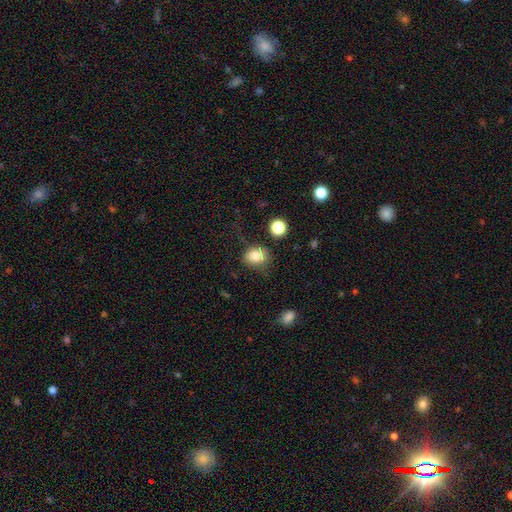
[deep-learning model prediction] smooth_or_featured: smooth (p=0.83) [alt: star or artifact p=0.11]
how_rounded: in between (p=0.50) [alt: round p=0.49]
merging: none (p=0.70) [alt: minor disturbance p=0.20]